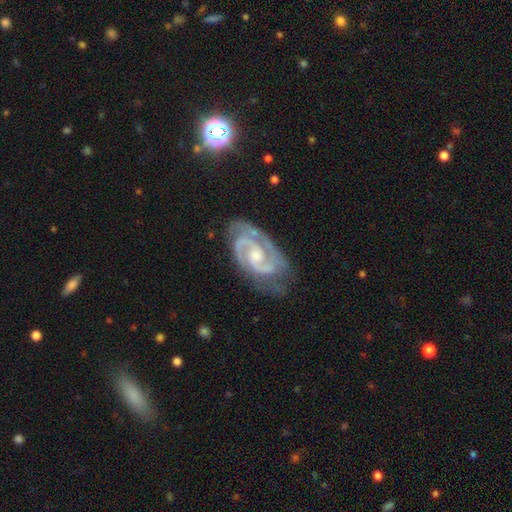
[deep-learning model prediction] smooth-or-featured: featured or disk: 93% | star or artifact: 4% | smooth: 3%
  disk-edge-on: no: 97% | yes: 3%
    bar: no: 52% | weak: 38% | strong: 10%
    has-spiral-arms: yes: 98% | no: 2%
      spiral-winding: tight: 54% | medium: 41% | loose: 5%
      spiral-arm-count: 2: 86% | 3: 6% | can't tell: 3% | 1: 2% | 4: 1% | more than 4: 1%
    bulge-size: small: 49% | moderate: 43% | none: 5% | large: 2% | dominant: 1%
  merging: none: 72% | minor disturbance: 20% | major disturbance: 7% | merger: 2%